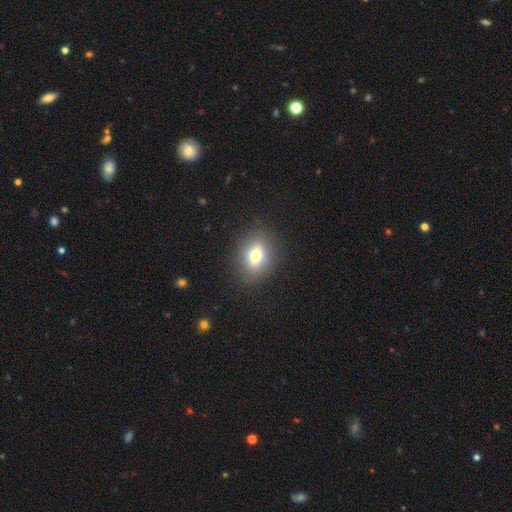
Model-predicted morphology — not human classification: This appears to be a smooth galaxy with no disk features (74%) that is in between round and cigar-shaped (61%). Merging: none (86%).